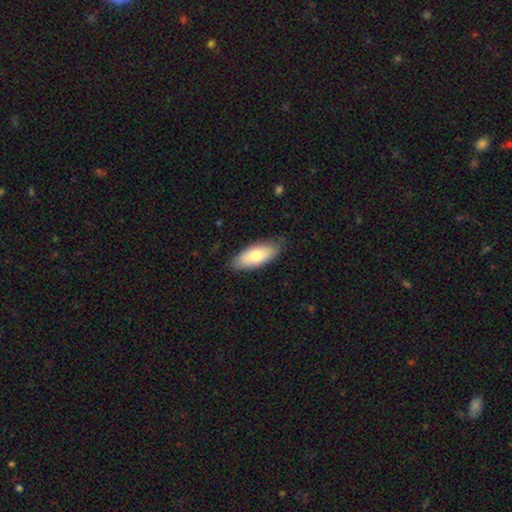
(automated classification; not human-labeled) This appears to be a smooth galaxy with no disk features (74%) that is in between round and cigar-shaped (81%). Merging: none (82%).